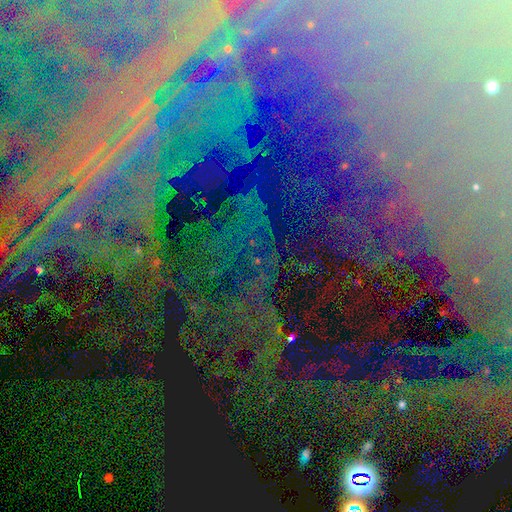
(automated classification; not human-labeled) This is likely a star or artifact rather than a galaxy (70%).